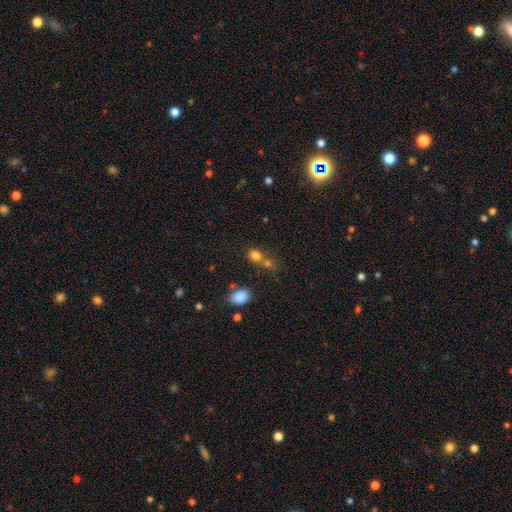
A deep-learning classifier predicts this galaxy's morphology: smooth-or-featured: smooth: 77% | star or artifact: 14% | featured or disk: 9%
  how-rounded: in between: 51% | round: 47% | cigar-shaped: 2%
  merging: none: 43% | merger: 41% | minor disturbance: 11% | major disturbance: 5%